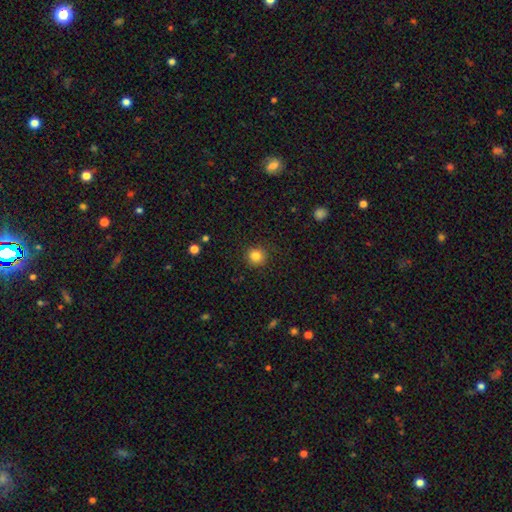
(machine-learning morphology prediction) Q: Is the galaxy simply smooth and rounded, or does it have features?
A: smooth — 84%.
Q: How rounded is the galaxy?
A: round — 93%.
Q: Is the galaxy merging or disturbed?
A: none — 90%.